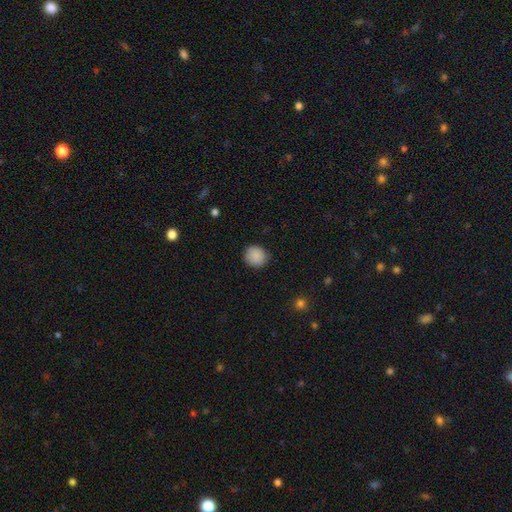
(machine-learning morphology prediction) Overall: smooth (88%). How rounded: round (86%). Merging: none (87%).